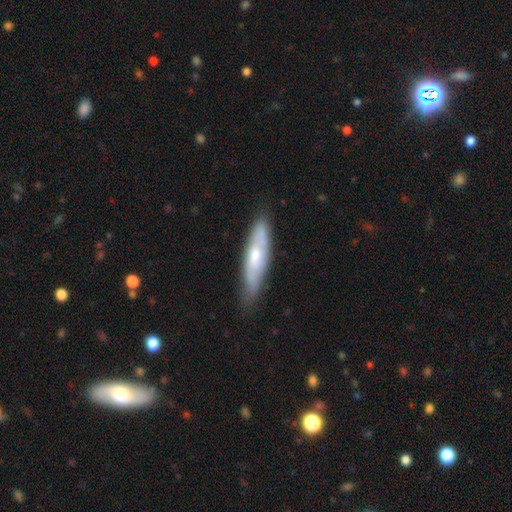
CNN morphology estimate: Smooth or featured?
  - featured or disk: 48% *
  - smooth: 46%
  - star or artifact: 6%
Merging?
  - none: 77% *
  - minor disturbance: 18%
  - major disturbance: 3%
  - merger: 2%